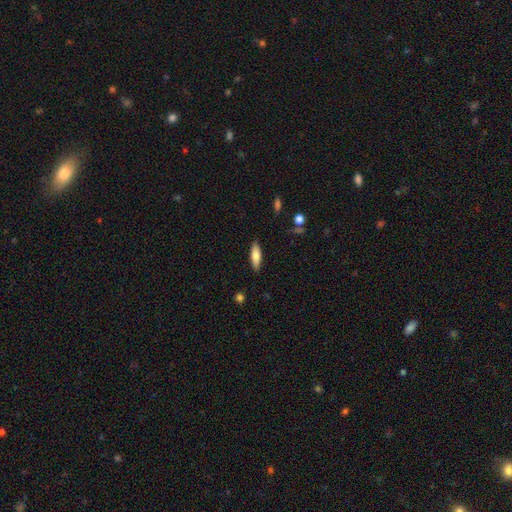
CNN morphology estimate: type=smooth (76%); roundness=in between (51%); merging=none (88%).